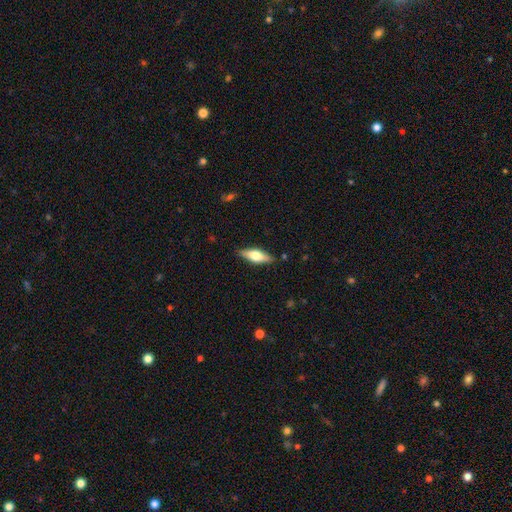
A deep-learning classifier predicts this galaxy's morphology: A smooth galaxy with no disk features (52%) that is in between round and cigar-shaped (58%). Merging: none (86%).